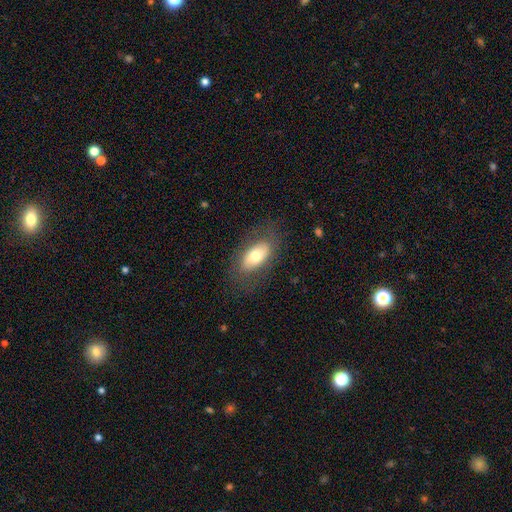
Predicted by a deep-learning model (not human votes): This is likely a smooth galaxy (67%). How rounded: clearly in between (91%). Merging: likely none (78%).